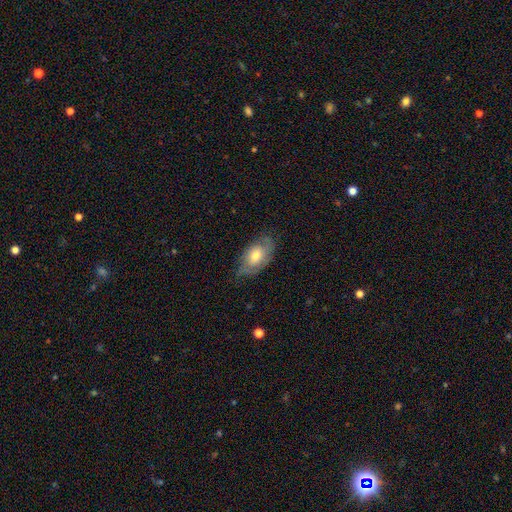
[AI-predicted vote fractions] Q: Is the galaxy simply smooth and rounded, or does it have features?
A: smooth — 49%.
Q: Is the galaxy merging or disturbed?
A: none — 62%.